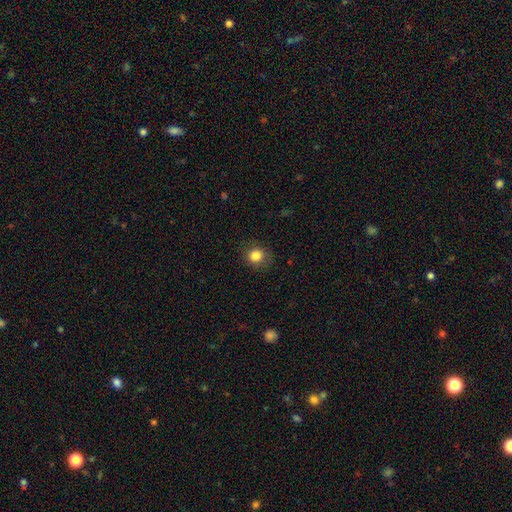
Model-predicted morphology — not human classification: Q: Smooth or featured?
A: smooth (84%); runner-up: star or artifact (11%)
Q: How rounded?
A: round (82%); runner-up: in between (17%)
Q: Merging?
A: none (85%); runner-up: minor disturbance (11%)